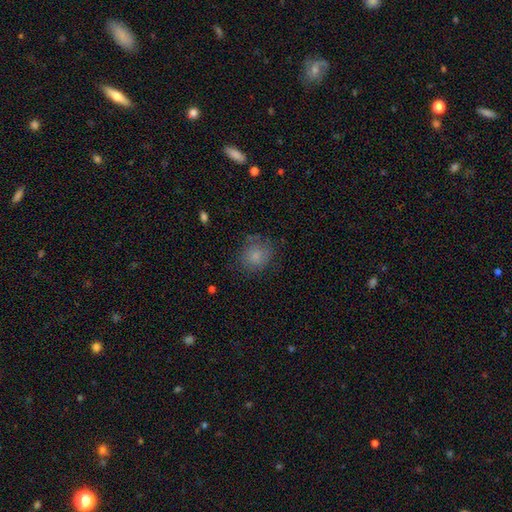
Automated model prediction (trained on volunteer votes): smooth-or-featured: smooth: 78% | featured or disk: 12% | star or artifact: 11%
  how-rounded: round: 76% | in between: 23% | cigar-shaped: 1%
  merging: none: 70% | minor disturbance: 20% | major disturbance: 8% | merger: 2%